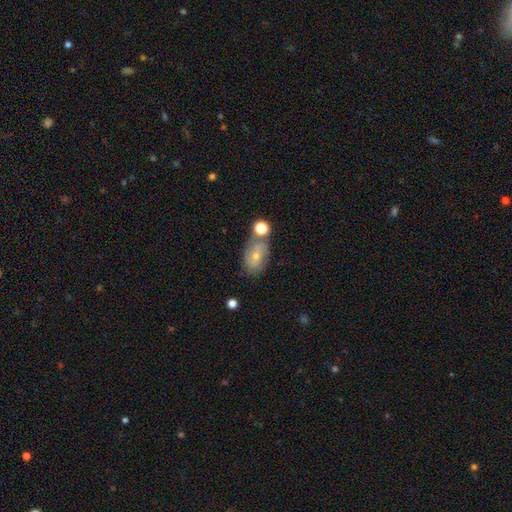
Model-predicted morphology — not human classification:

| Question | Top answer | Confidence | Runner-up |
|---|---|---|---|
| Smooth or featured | featured or disk | 49% | smooth (41%) |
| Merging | none | 53% | minor disturbance (22%) |